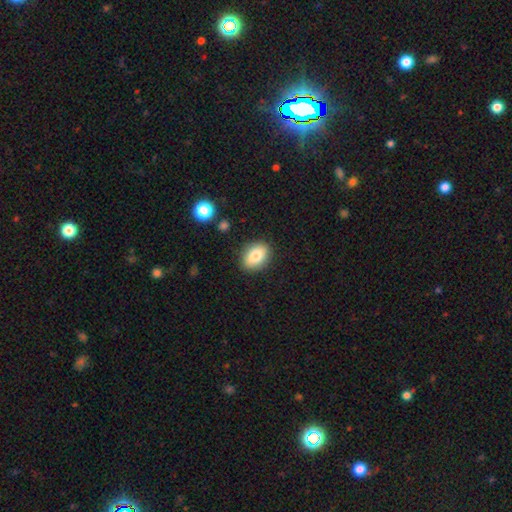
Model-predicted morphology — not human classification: A smooth galaxy with no disk features (80%) that is in between round and cigar-shaped (76%).

Vote fractions:
- Smooth or featured? smooth: 80% / featured or disk: 12% / star or artifact: 8%
- How rounded? in between: 76% / round: 23% / cigar-shaped: 2%
- Merging? none: 86% / minor disturbance: 10% / major disturbance: 3% / merger: 2%